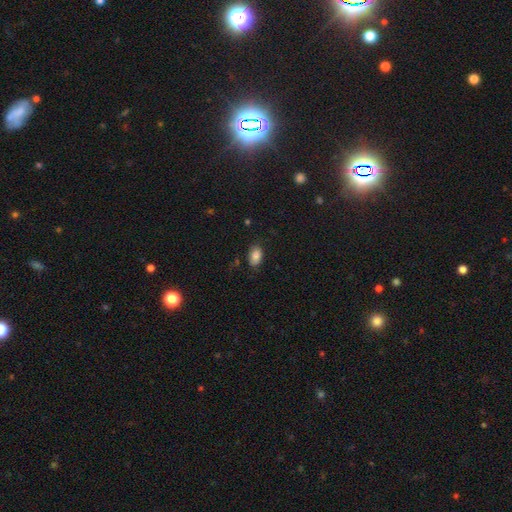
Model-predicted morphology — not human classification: Overall: smooth (84%). How rounded: in between (90%). Merging: none (80%).